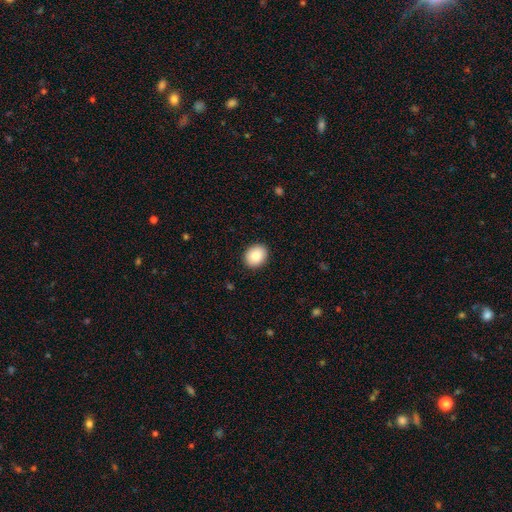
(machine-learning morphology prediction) The model was most divided on "how rounded": round: 52%, in between: 47%, cigar-shaped: 1%. More confident: merging — none (91%); smooth or featured — smooth (87%).